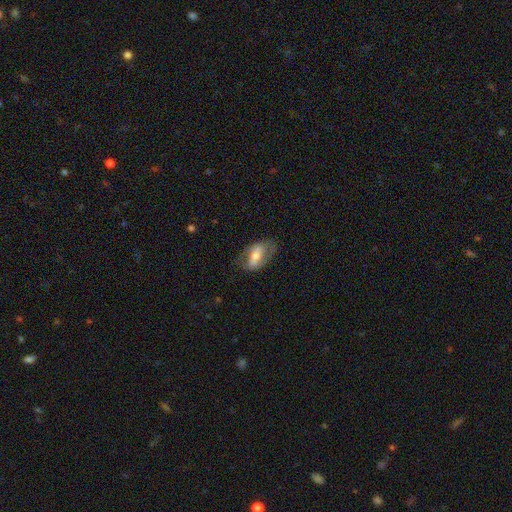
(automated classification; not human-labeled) This is possibly a featured or disk galaxy (55%). It is clearly not viewed edge-on (89%). Merging: likely none (67%).